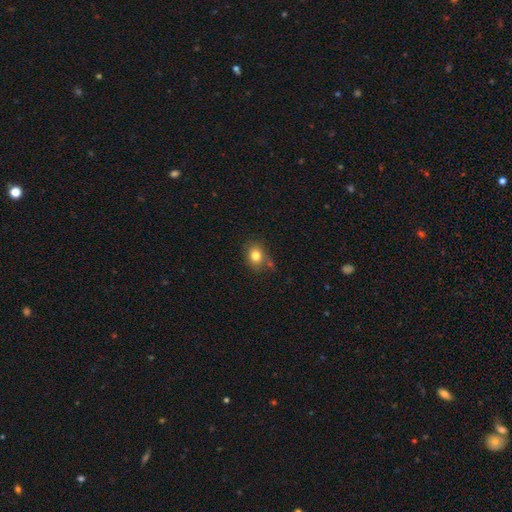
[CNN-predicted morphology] smooth 81%, star or artifact 11%, featured or disk 9%. Down the decision tree: how rounded — round (50%); merging — none (68%).